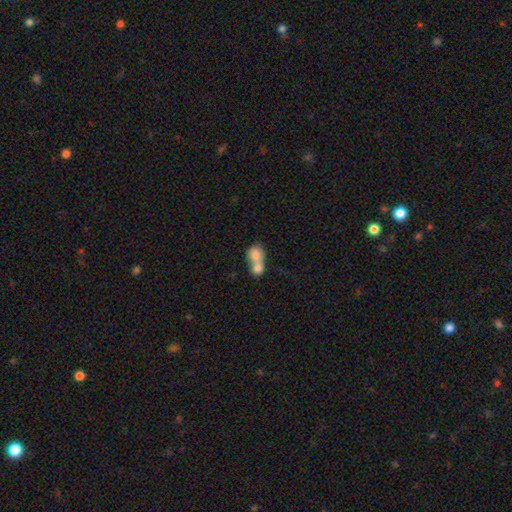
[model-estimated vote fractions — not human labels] Smooth or featured?
  - smooth: 76% *
  - featured or disk: 17%
  - star or artifact: 8%
How rounded?
  - round: 50% *
  - in between: 48%
  - cigar-shaped: 2%
Merging?
  - merger: 78% *
  - none: 14%
  - minor disturbance: 4%
  - major disturbance: 3%